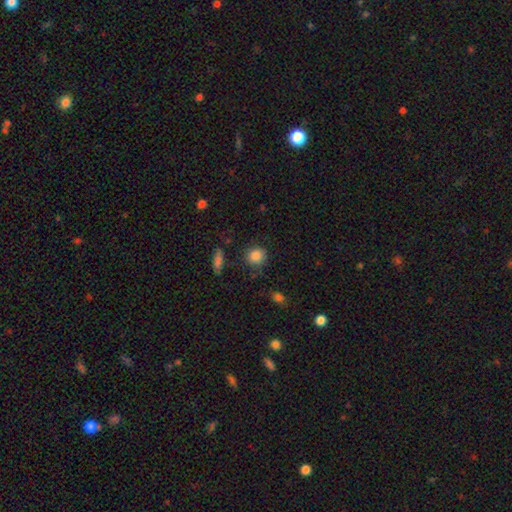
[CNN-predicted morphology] The model was most divided on "how rounded": round: 83%, in between: 16%, cigar-shaped: 1%. More confident: smooth or featured — smooth (86%); merging — none (81%).